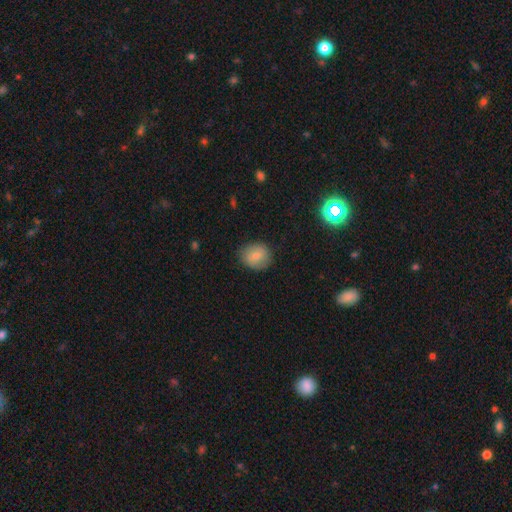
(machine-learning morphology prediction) Q: Smooth or featured?
A: smooth (76%); runner-up: featured or disk (15%)
Q: How rounded?
A: round (71%); runner-up: in between (29%)
Q: Merging?
A: none (83%); runner-up: minor disturbance (13%)